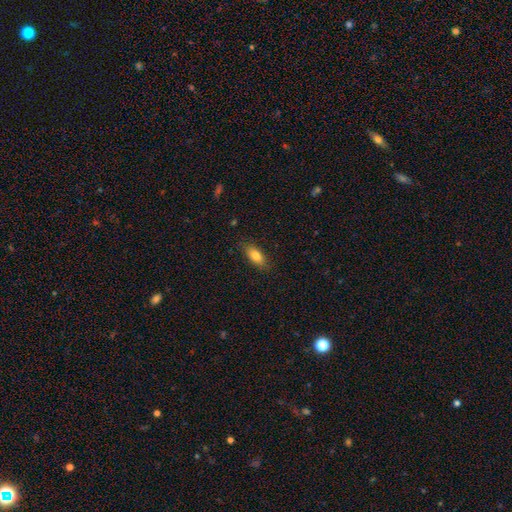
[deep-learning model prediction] smooth-or-featured: smooth: 80% | featured or disk: 12% | star or artifact: 7%
  how-rounded: in between: 82% | cigar-shaped: 14% | round: 4%
  merging: none: 83% | minor disturbance: 13% | major disturbance: 3% | merger: 1%